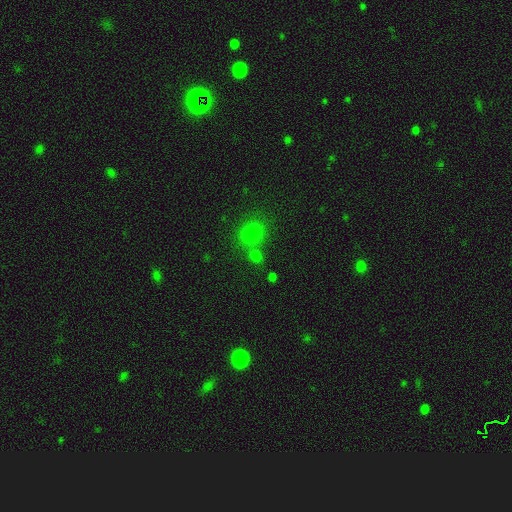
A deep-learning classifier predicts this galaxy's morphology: Smooth or featured? smooth (70%)
How rounded? round (64%)
Merging? none (63%)